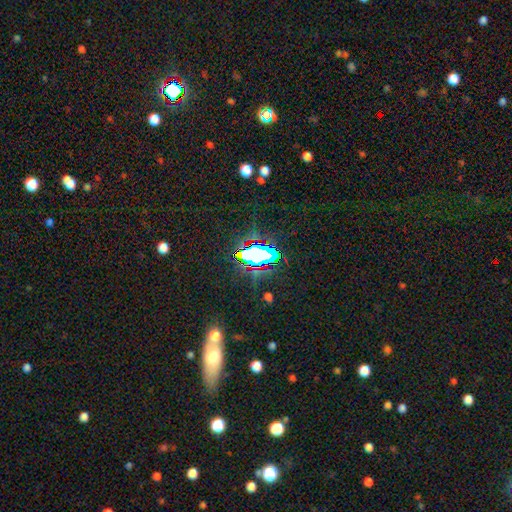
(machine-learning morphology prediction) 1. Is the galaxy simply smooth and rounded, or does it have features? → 60% star or artifact, 26% smooth, 14% featured or disk.